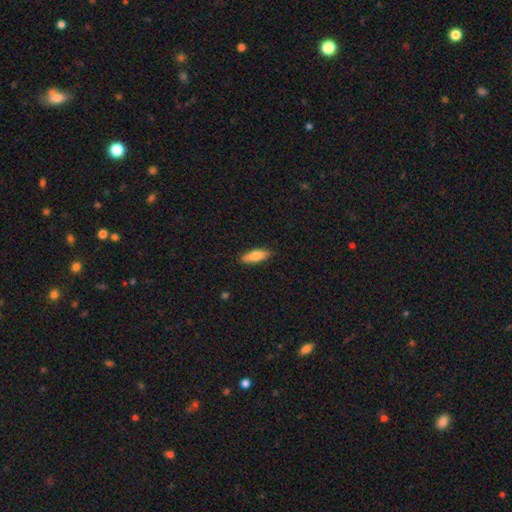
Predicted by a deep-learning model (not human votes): Smooth or featured? smooth (78%)
How rounded? in between (63%)
Merging? none (86%)